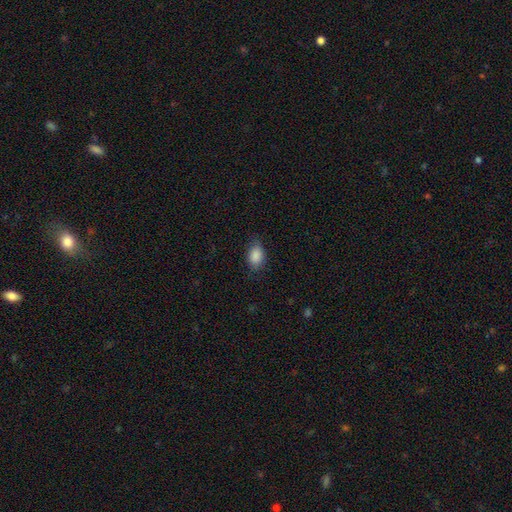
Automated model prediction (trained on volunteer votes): This is clearly a smooth galaxy (88%). How rounded: clearly in between (86%). Merging: likely none (77%).